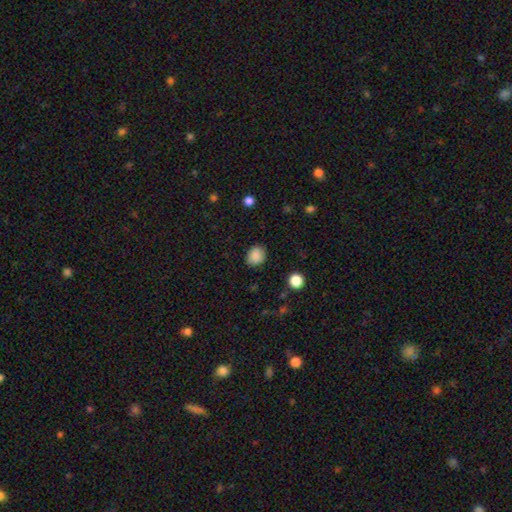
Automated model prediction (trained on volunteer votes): smooth 87%, star or artifact 9%, featured or disk 4%. Down the decision tree: how rounded — round (58%); merging — none (83%).